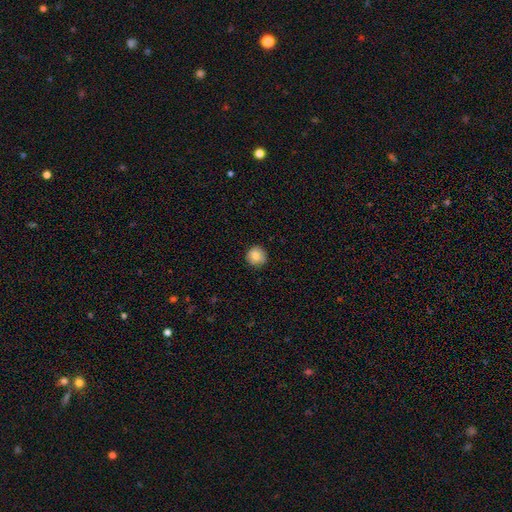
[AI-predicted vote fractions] Smooth or featured?
  - smooth: 80% *
  - featured or disk: 11%
  - star or artifact: 9%
How rounded?
  - round: 92% *
  - in between: 7%
  - cigar-shaped: 1%
Merging?
  - none: 86% *
  - minor disturbance: 10%
  - major disturbance: 2%
  - merger: 1%